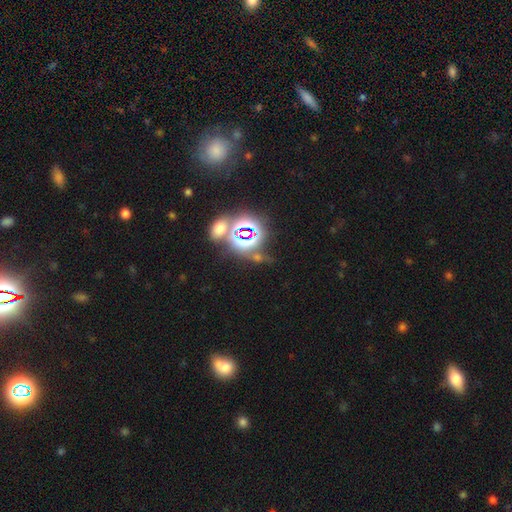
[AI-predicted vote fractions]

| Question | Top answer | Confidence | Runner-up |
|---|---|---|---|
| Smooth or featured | star or artifact | 74% | smooth (16%) |